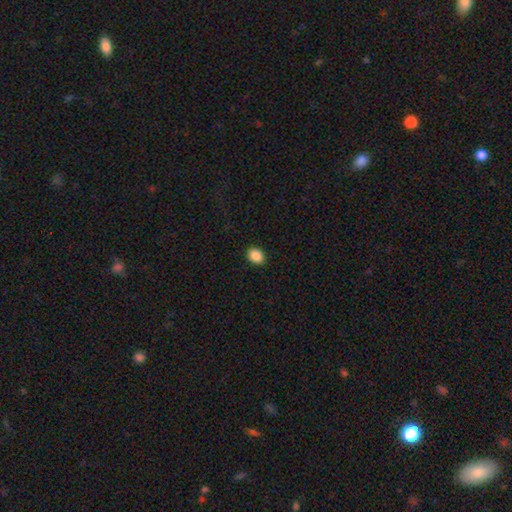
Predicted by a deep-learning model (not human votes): Morphology: type=smooth (88%); roundness=in between (55%); merging=none (91%).